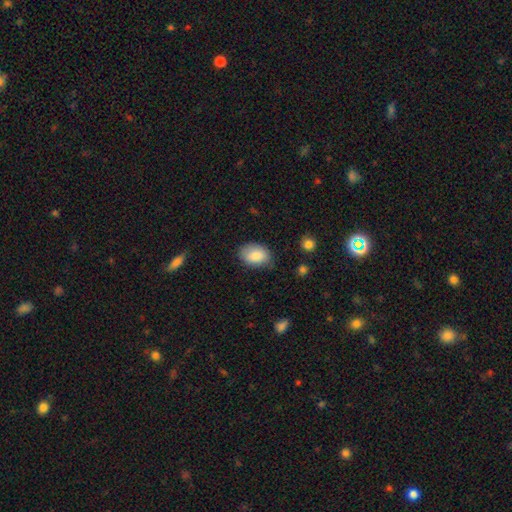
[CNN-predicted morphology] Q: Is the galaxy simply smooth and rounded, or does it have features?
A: smooth — 84%.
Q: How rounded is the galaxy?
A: in between — 85%.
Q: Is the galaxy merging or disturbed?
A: none — 71%.